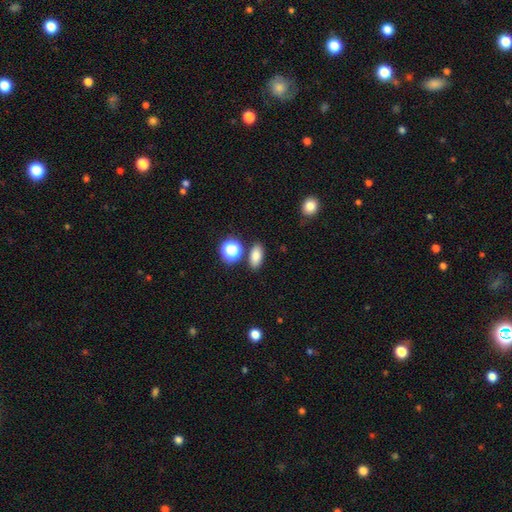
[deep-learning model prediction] The model was most divided on "smooth or featured": smooth: 80%, star or artifact: 13%, featured or disk: 7%. More confident: how rounded — in between (82%); merging — none (81%).